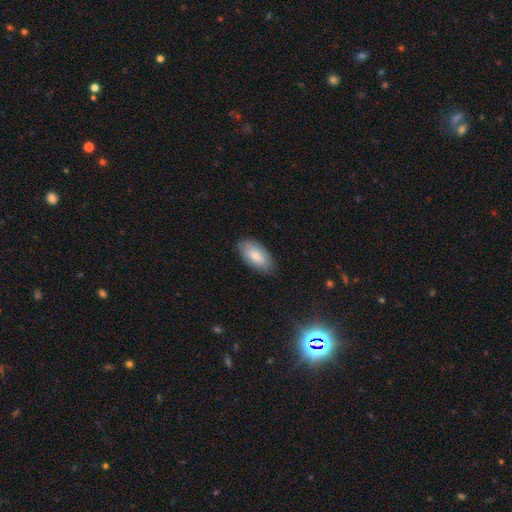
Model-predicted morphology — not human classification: A smooth galaxy with no disk features (79%) that is in between round and cigar-shaped (92%). Merging: none (82%).